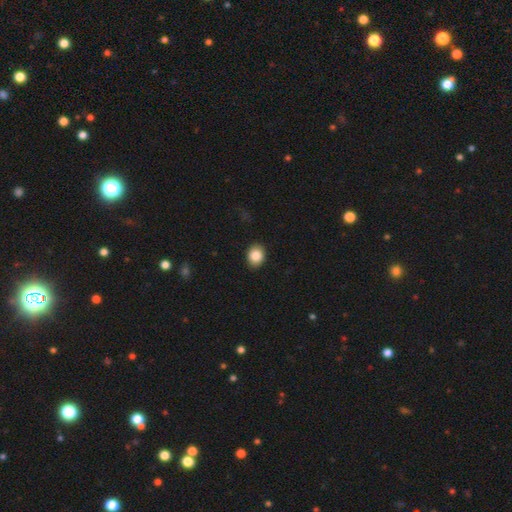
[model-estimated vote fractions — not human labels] A smooth galaxy with no disk features (86%) that is round (52%).

Vote fractions:
- Smooth or featured? smooth: 86% / star or artifact: 8% / featured or disk: 5%
- How rounded? round: 52% / in between: 47% / cigar-shaped: 1%
- Merging? none: 90% / minor disturbance: 7% / major disturbance: 2% / merger: 1%